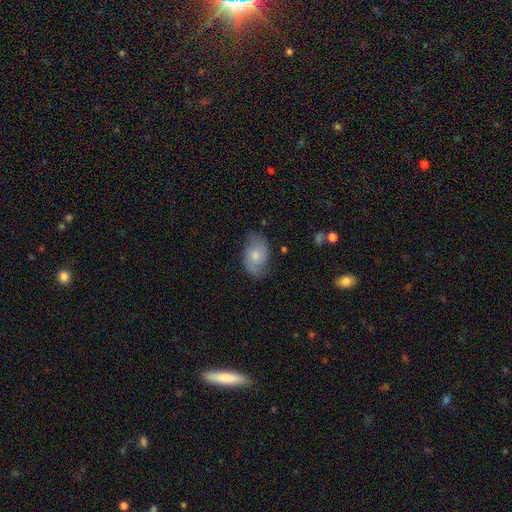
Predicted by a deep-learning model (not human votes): smooth_or_featured: smooth (p=0.60) [alt: featured or disk p=0.33]
how_rounded: in between (p=0.89) [alt: round p=0.10]
merging: none (p=0.70) [alt: minor disturbance p=0.23]